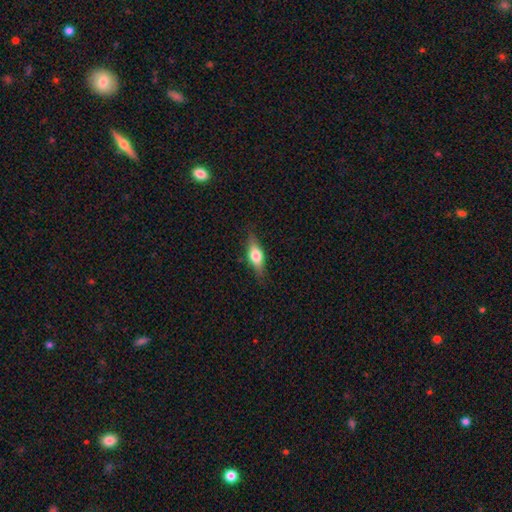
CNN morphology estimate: The model was most divided on "smooth or featured": smooth: 53%, featured or disk: 39%, star or artifact: 7%. More confident: merging — none (83%); how rounded — in between (62%).